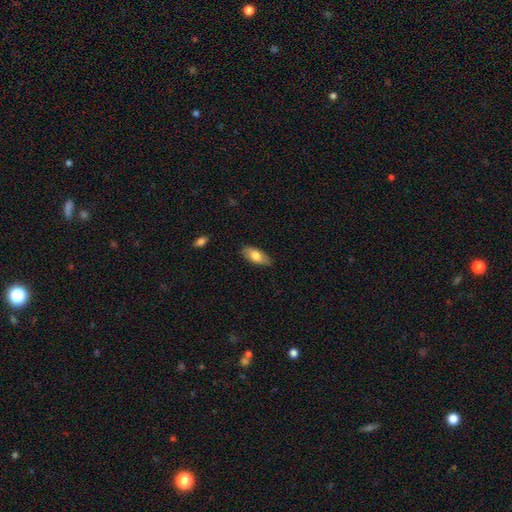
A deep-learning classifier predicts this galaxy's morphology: type=smooth (75%); roundness=in between (85%); merging=none (84%).